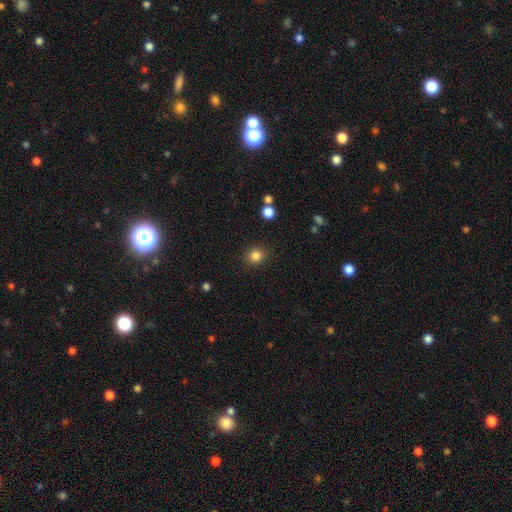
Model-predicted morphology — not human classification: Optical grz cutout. It shows a smooth galaxy with no disk features (83%) that is round (76%). Merging: none (85%).